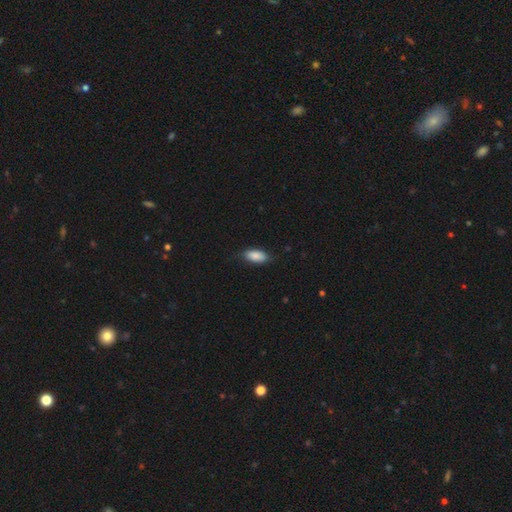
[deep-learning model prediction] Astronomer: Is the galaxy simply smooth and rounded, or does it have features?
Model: smooth — 86%.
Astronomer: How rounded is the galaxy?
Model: in between — 89%.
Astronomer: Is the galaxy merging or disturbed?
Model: none — 75%.